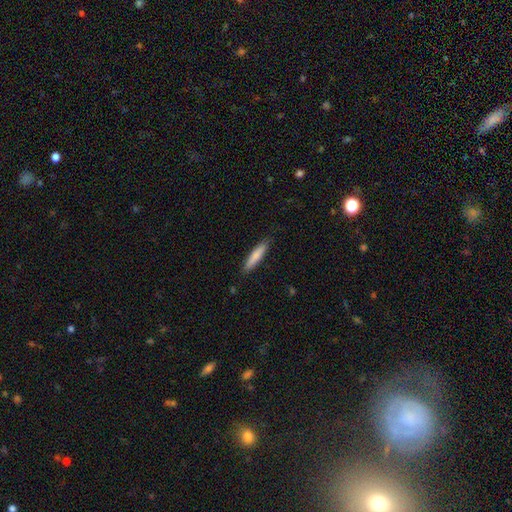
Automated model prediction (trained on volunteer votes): This appears to be a smooth galaxy with no disk features (81%) that is cigar-shaped (88%). Merging: none (87%).